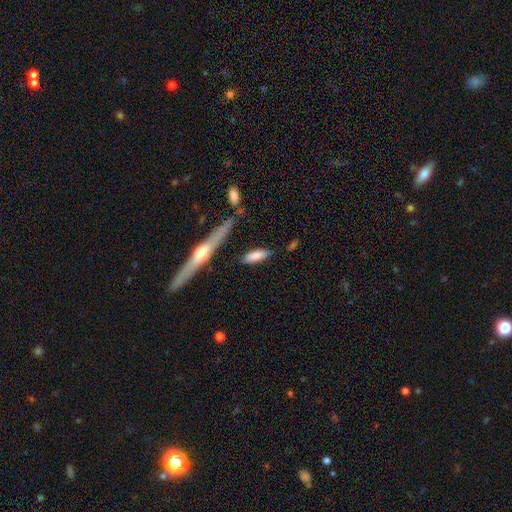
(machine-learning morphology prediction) This is likely a smooth galaxy (77%). How rounded: possibly in between (59%). Merging: likely none (77%).